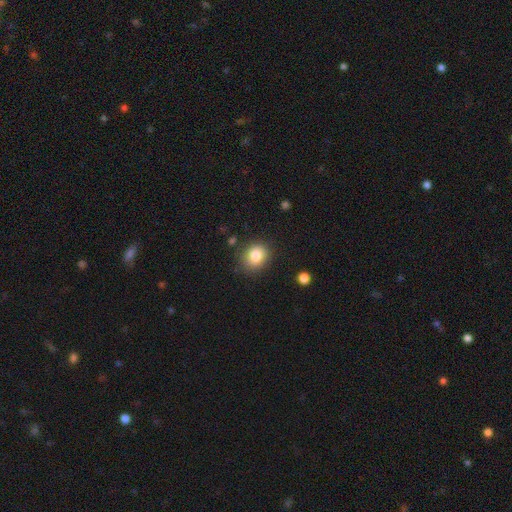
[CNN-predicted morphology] smooth-or-featured: smooth: 83% | star or artifact: 10% | featured or disk: 7%
  how-rounded: round: 66% | in between: 33% | cigar-shaped: 1%
  merging: none: 83% | minor disturbance: 11% | major disturbance: 3% | merger: 2%